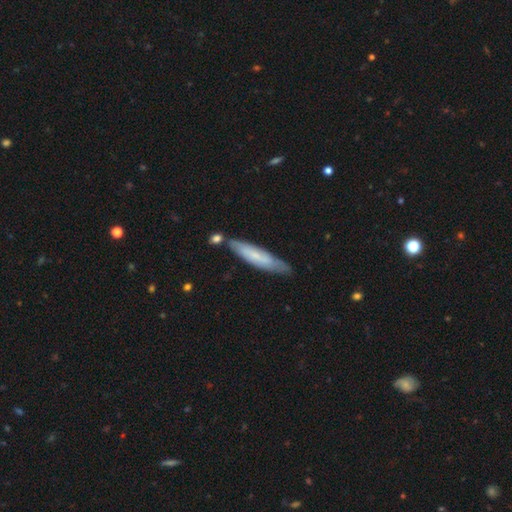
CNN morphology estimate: smooth 56%, featured or disk 38%, star or artifact 6%. Down the decision tree: how rounded — cigar-shaped (83%); merging — none (72%).